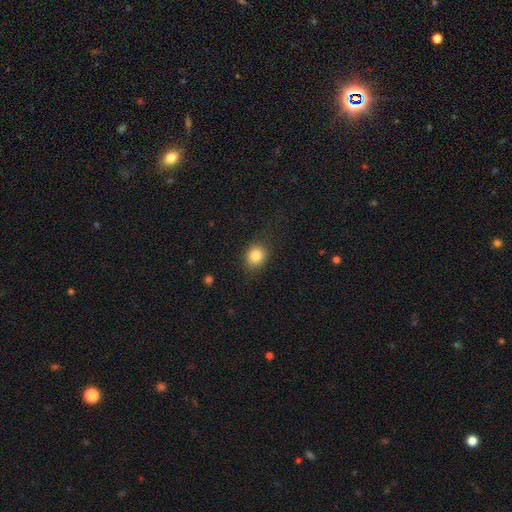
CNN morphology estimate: type=smooth (84%); roundness=round (68%); merging=none (83%).